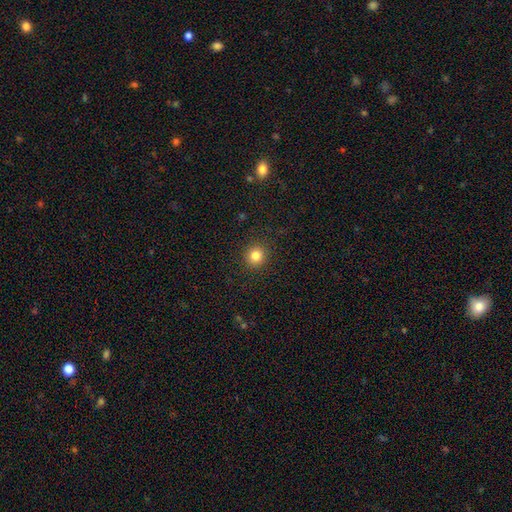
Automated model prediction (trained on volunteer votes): smooth_or_featured: smooth (p=0.83) [alt: star or artifact p=0.12]
how_rounded: round (p=0.91) [alt: in between p=0.08]
merging: none (p=0.91) [alt: minor disturbance p=0.06]